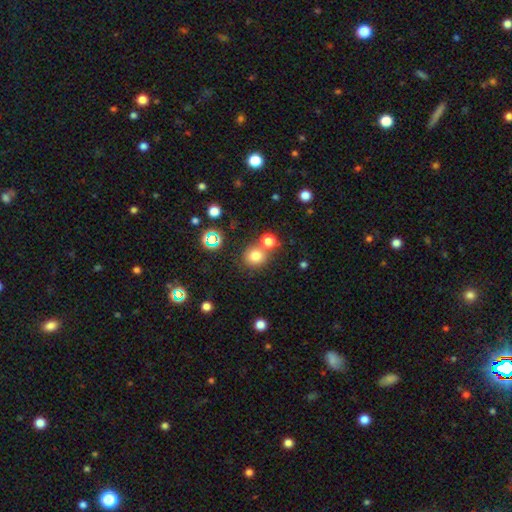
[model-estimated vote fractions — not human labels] Overall: smooth (75%). How rounded: round (85%). Merging: none (64%; merger 24%).